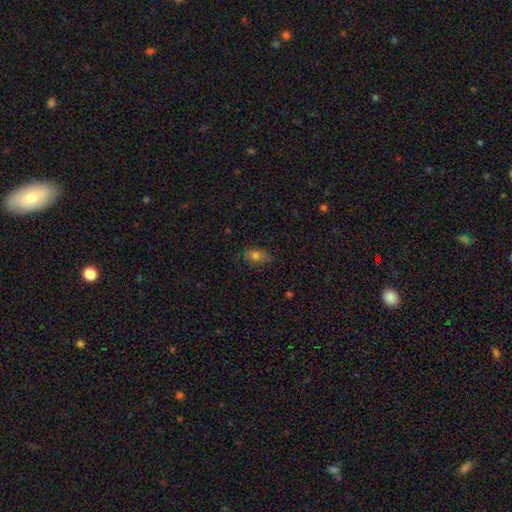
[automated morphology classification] A smooth galaxy with no disk features (76%) that is in between round and cigar-shaped (84%). Merging: none (83%).